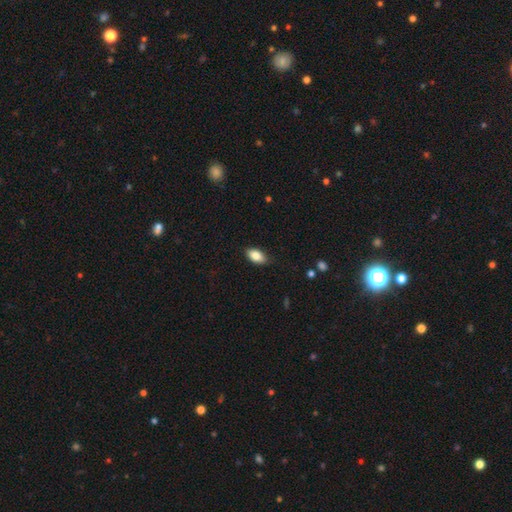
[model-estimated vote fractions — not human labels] This appears to be a smooth galaxy with no disk features (84%) that is in between round and cigar-shaped (91%). Merging: none (83%).